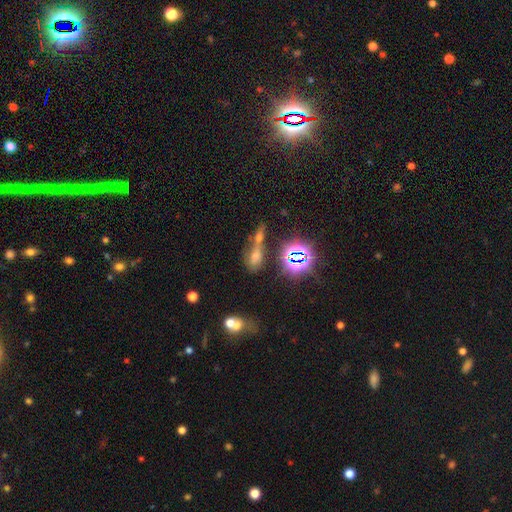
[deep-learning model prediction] This is marginally a star or artifact rather than a galaxy (42%).